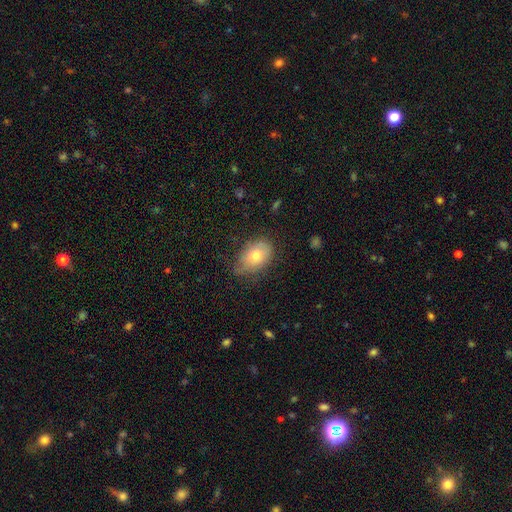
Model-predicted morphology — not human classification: A smooth galaxy with no disk features (74%) that is in between round and cigar-shaped (81%).

Vote fractions:
- Smooth or featured? smooth: 74% / featured or disk: 17% / star or artifact: 9%
- How rounded? in between: 81% / round: 18% / cigar-shaped: 1%
- Merging? none: 63% / minor disturbance: 29% / major disturbance: 7% / merger: 1%